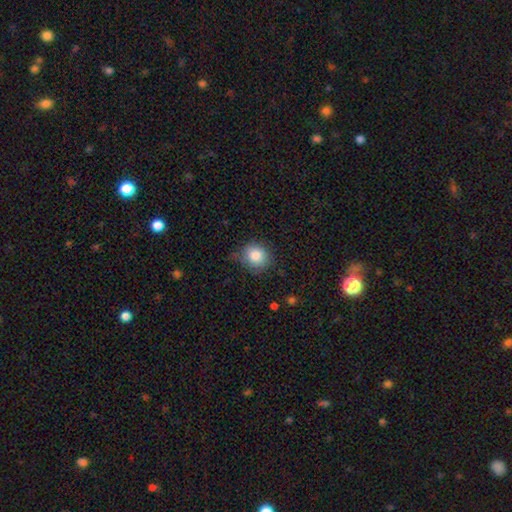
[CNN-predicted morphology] type=smooth (84%); roundness=round (83%); merging=none (67%).